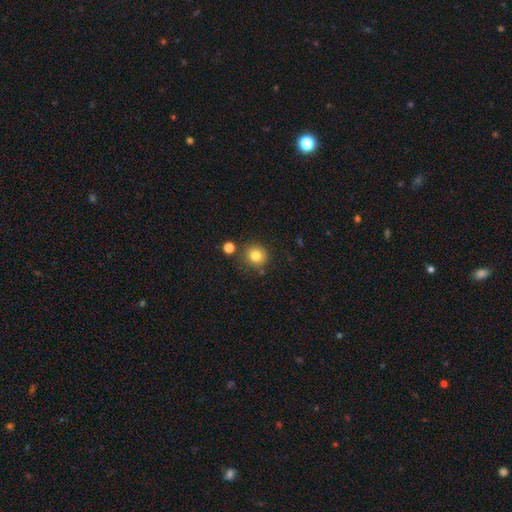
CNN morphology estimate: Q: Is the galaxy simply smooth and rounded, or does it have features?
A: smooth — 80%.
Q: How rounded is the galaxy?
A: round — 91%.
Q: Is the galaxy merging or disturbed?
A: none — 81%.